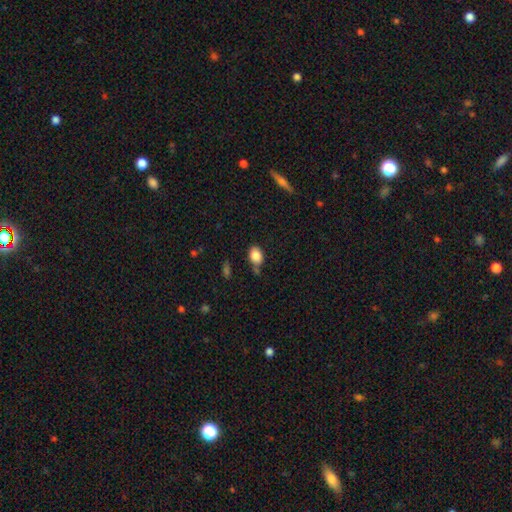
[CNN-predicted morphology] Smooth or featured? smooth (86%)
How rounded? in between (71%)
Merging? none (61%)